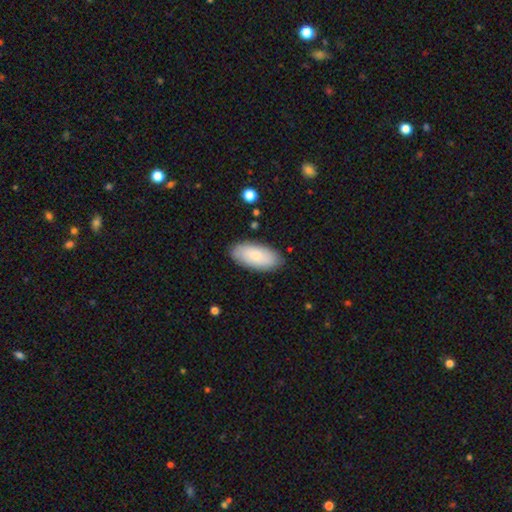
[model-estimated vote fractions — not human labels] Smooth or featured: smooth — 81% (featured or disk — 14%)
How rounded: in between — 92% (cigar-shaped — 6%)
Merging: none — 86% (minor disturbance — 11%)